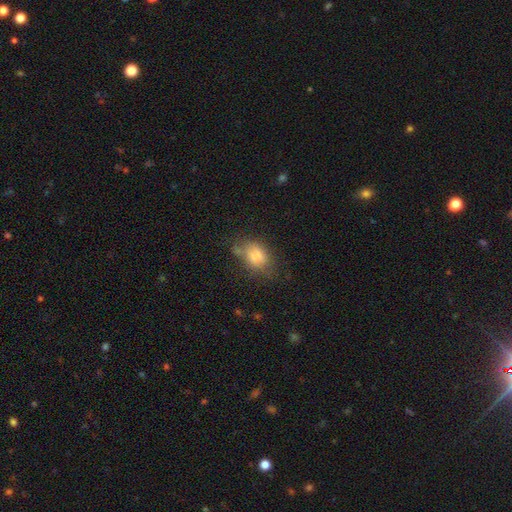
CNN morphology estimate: smooth 75%, featured or disk 14%, star or artifact 10%. Down the decision tree: how rounded — in between (77%); merging — none (41%).